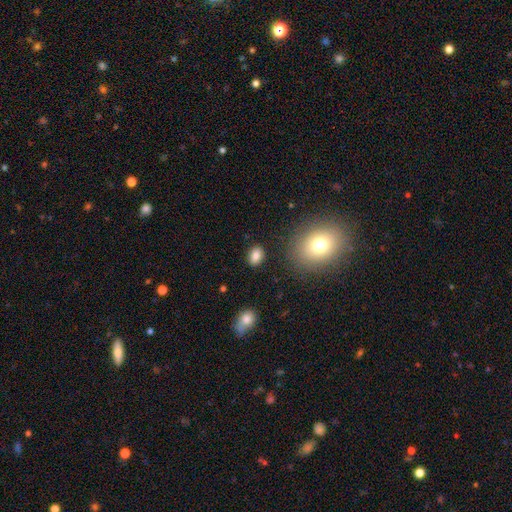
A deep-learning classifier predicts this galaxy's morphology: smooth_or_featured: smooth (p=0.83) [alt: star or artifact p=0.10]
how_rounded: in between (p=0.69) [alt: round p=0.30]
merging: none (p=0.86) [alt: minor disturbance p=0.09]